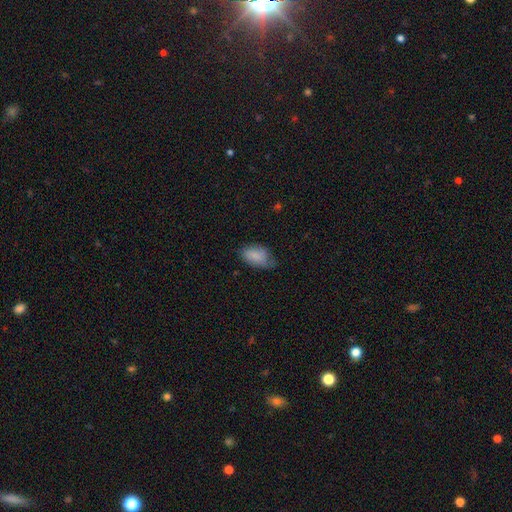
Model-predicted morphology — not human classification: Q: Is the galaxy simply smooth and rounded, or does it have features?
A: smooth — 84%.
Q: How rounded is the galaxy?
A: in between — 93%.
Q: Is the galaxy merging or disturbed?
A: none — 49%.